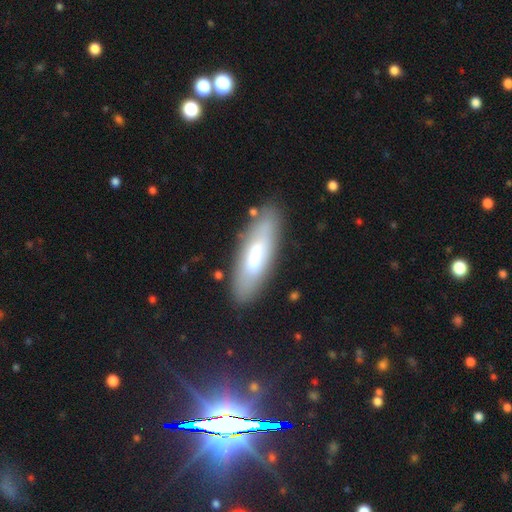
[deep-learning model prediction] Overall: smooth (60%; featured or disk 32%). How rounded: cigar-shaped (51%; in between 48%). Merging: none (78%).